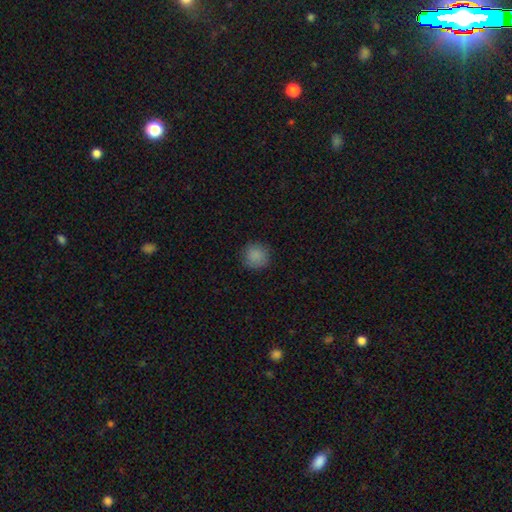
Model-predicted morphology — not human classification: A smooth galaxy with no disk features (87%) that is round (93%). Merging: none (87%).